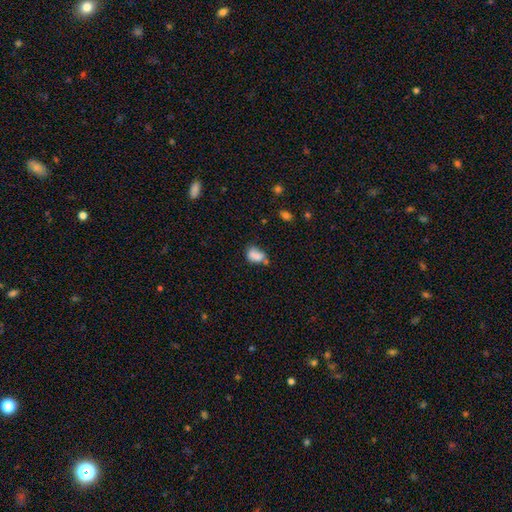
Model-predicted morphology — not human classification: Smooth or featured? Predicted: smooth (p=0.76). How rounded? Predicted: in between (p=0.79). Merging? Predicted: none (p=0.37).